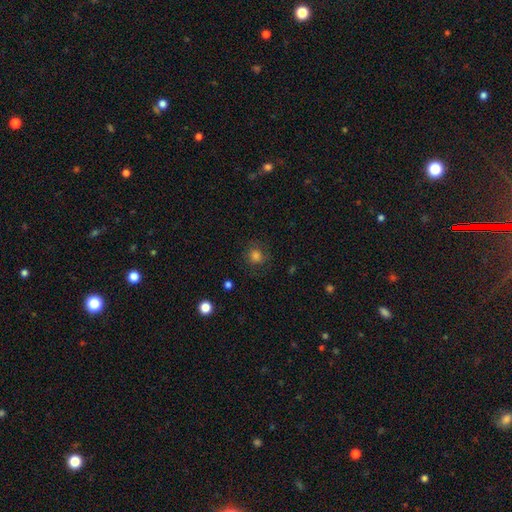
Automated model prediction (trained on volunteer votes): smooth 76%, star or artifact 15%, featured or disk 10%. Down the decision tree: how rounded — round (86%); merging — none (77%).